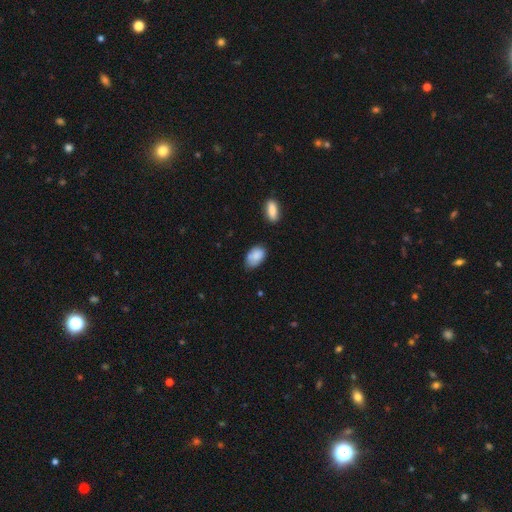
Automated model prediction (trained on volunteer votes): smooth 84%, featured or disk 9%, star or artifact 7%. Down the decision tree: how rounded — in between (91%); merging — none (58%).